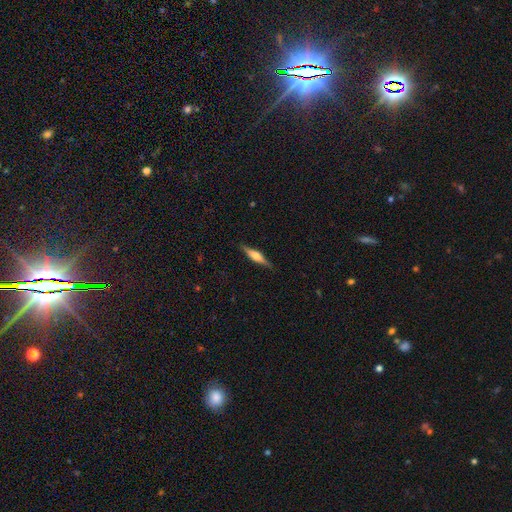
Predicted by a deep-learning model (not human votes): smooth-or-featured: featured or disk: 66% | smooth: 29% | star or artifact: 6%
  disk-edge-on: yes: 97% | no: 3%
    edge-on-bulge: rounded: 83% | boxy: 13% | none: 4%
  merging: none: 88% | minor disturbance: 9% | major disturbance: 2% | merger: 1%